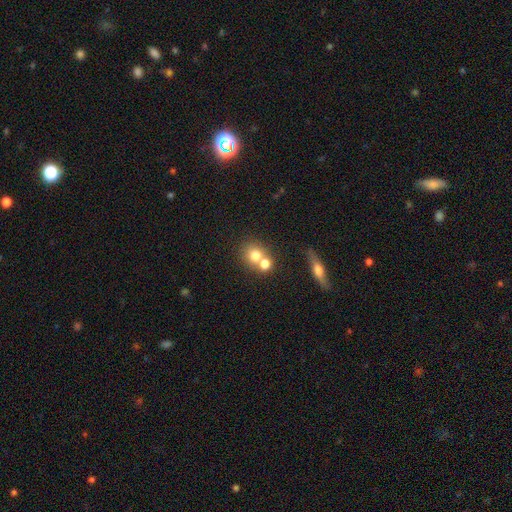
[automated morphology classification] Smooth or featured: smooth — 73% (featured or disk — 16%)
How rounded: round — 79% (in between — 19%)
Merging: merger — 48% (none — 42%)